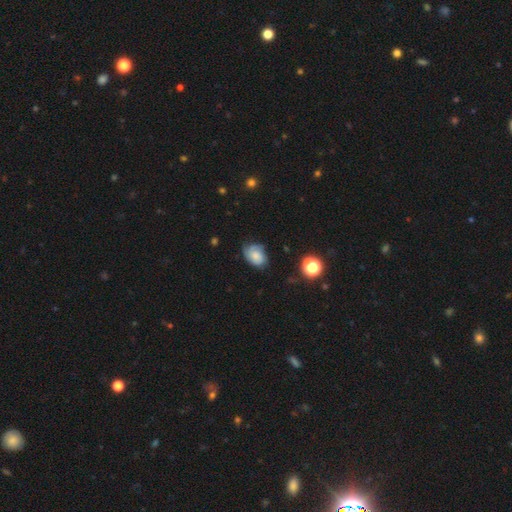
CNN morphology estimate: A smooth galaxy with no disk features (56%) that is in between round and cigar-shaped (73%).

Vote fractions:
- Smooth or featured? smooth: 56% / featured or disk: 34% / star or artifact: 10%
- How rounded? in between: 73% / round: 26% / cigar-shaped: 1%
- Merging? none: 56% / minor disturbance: 32% / major disturbance: 10% / merger: 2%